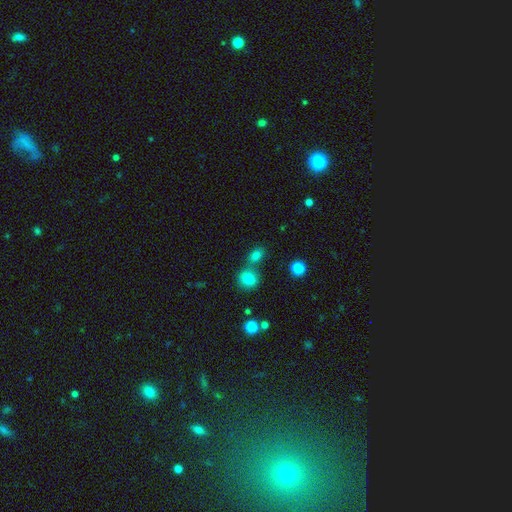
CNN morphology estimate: Smooth or featured? Predicted: smooth (p=0.79). How rounded? Predicted: in between (p=0.63). Merging? Predicted: none (p=0.54).